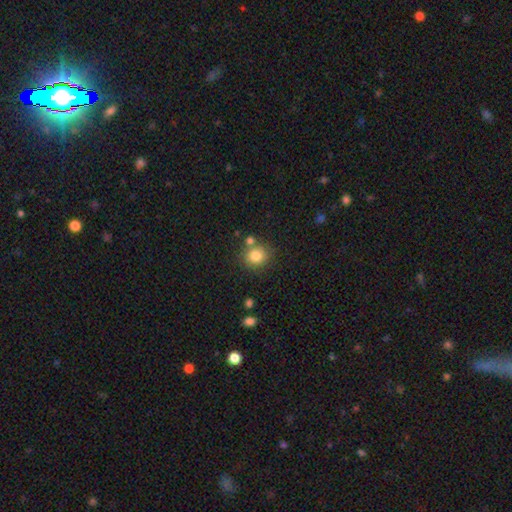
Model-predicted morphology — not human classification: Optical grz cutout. It shows a smooth galaxy with no disk features (82%) that is round (85%). Merging: none (73%).